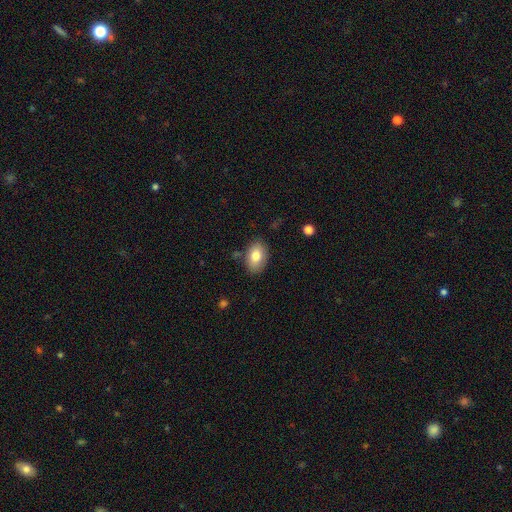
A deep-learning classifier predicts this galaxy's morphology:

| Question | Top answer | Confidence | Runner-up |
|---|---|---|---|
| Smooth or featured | smooth | 80% | featured or disk (13%) |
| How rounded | in between | 88% | round (11%) |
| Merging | none | 81% | minor disturbance (13%) |